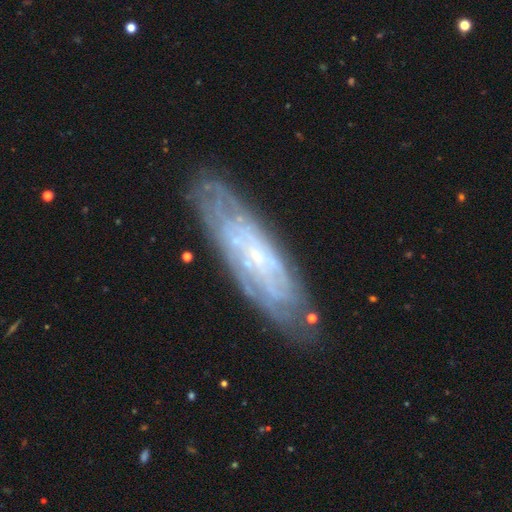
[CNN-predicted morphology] This appears to be a featured or disk galaxy (74%) with no bar (70%), spiral arms (83%) and a small central bulge (79%). Merging: none (78%).